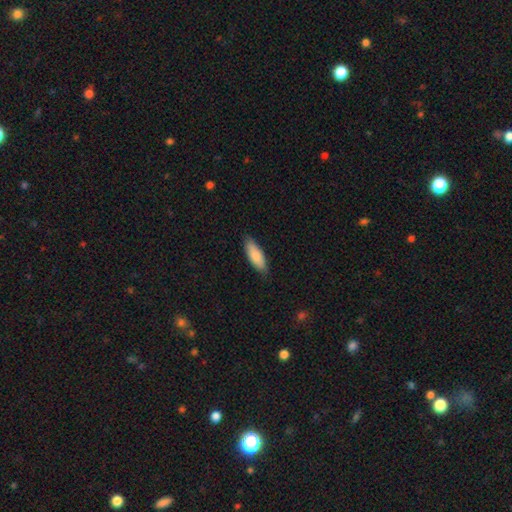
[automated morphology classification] smooth-or-featured: smooth: 84% | featured or disk: 11% | star or artifact: 5%
  how-rounded: in between: 69% | cigar-shaped: 29% | round: 2%
  merging: none: 83% | minor disturbance: 14% | major disturbance: 2% | merger: 1%